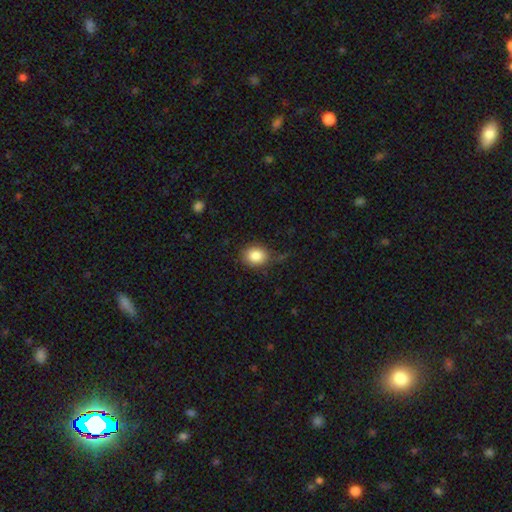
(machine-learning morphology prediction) This appears to be a smooth galaxy with no disk features (85%) that is round (62%). Merging: none (75%).